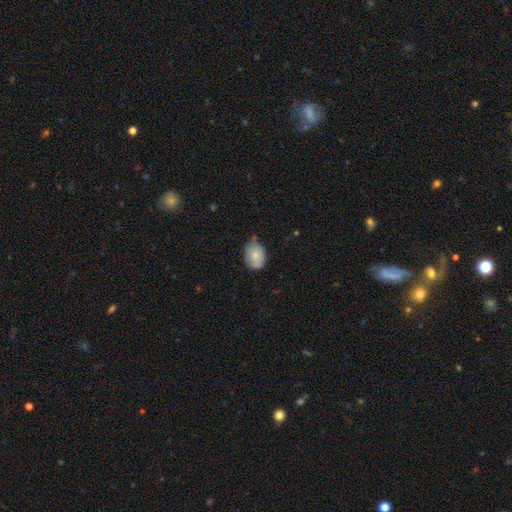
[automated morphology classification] Smooth or featured: smooth — 74% (featured or disk — 18%)
How rounded: in between — 73% (round — 25%)
Merging: none — 52% (minor disturbance — 36%)